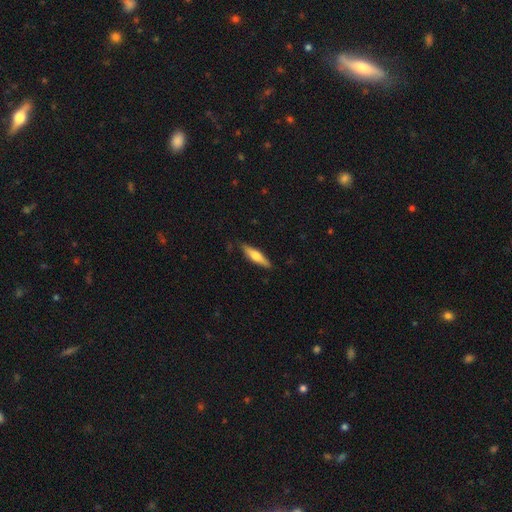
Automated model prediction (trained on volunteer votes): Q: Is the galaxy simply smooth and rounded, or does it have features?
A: smooth — 51%.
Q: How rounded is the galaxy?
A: cigar-shaped — 75%.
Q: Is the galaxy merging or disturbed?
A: none — 85%.